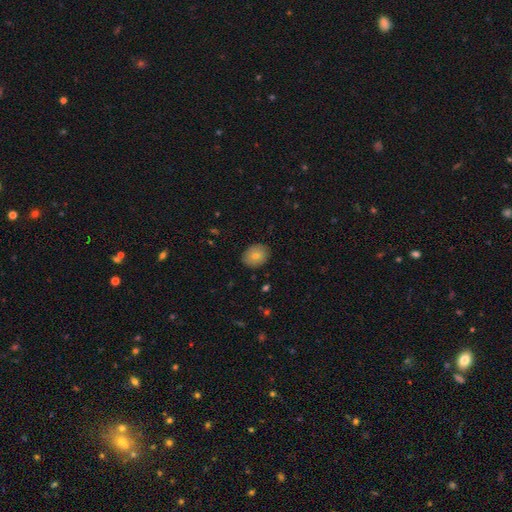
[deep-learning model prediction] Smooth or featured? smooth (77%)
How rounded? in between (54%)
Merging? none (88%)